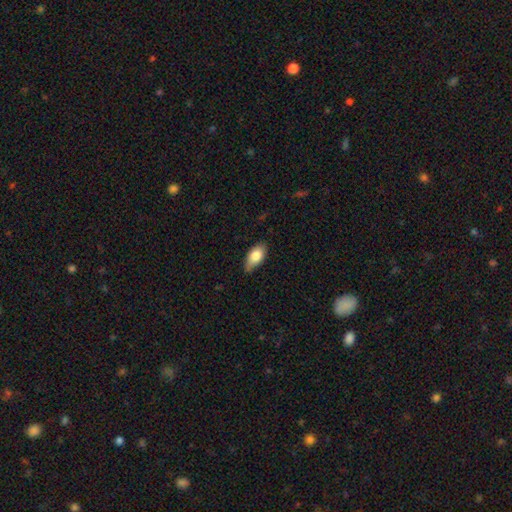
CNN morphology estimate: A smooth galaxy with no disk features (80%) that is in between round and cigar-shaped (91%). Merging: none (69%).